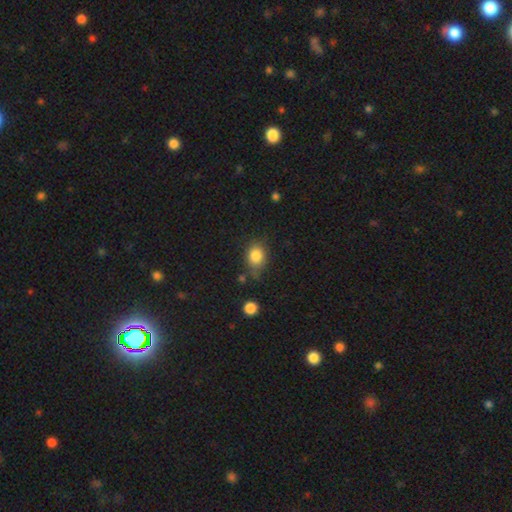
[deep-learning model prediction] Overall: smooth (83%). How rounded: in between (51%; round 47%). Merging: none (62%; minor disturbance 25%).